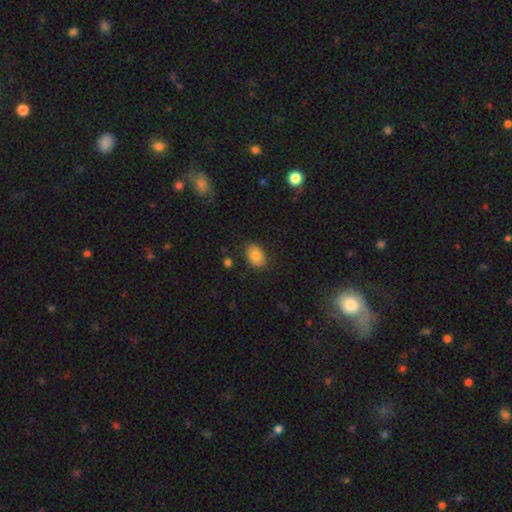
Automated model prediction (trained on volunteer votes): Overall: smooth (80%). How rounded: in between (74%). Merging: none (84%).